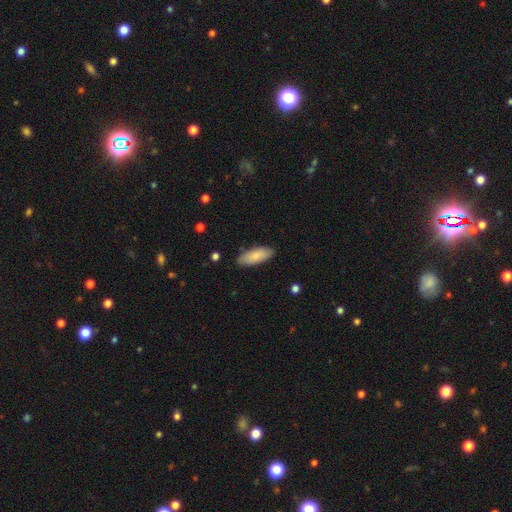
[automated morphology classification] This appears to be a smooth galaxy with no disk features (85%) that is in between round and cigar-shaped (76%). Merging: none (85%).